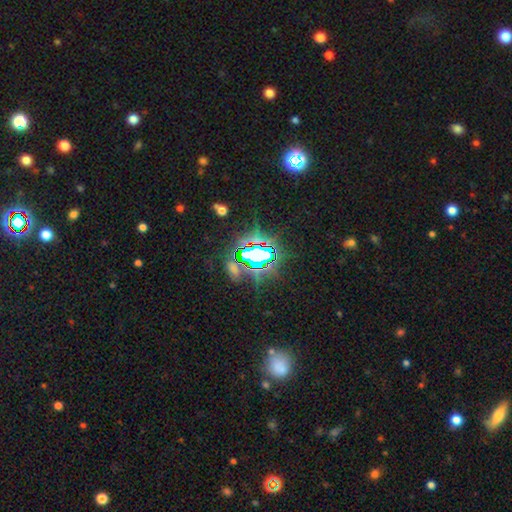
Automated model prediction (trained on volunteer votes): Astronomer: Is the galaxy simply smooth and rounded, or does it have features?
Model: star or artifact — 74%.